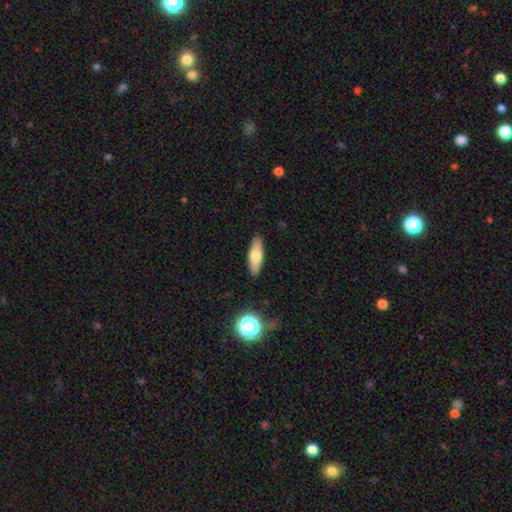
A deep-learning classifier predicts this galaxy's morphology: smooth_or_featured: smooth (p=0.69) [alt: featured or disk p=0.24]
how_rounded: in between (p=0.56) [alt: cigar-shaped p=0.42]
merging: none (p=0.88) [alt: minor disturbance p=0.09]